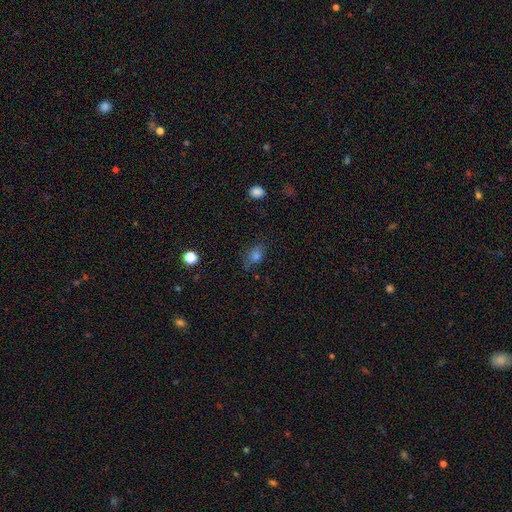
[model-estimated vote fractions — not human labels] This appears to be a smooth galaxy with no disk features (73%) that is in between round and cigar-shaped (65%). Merging: none (70%).